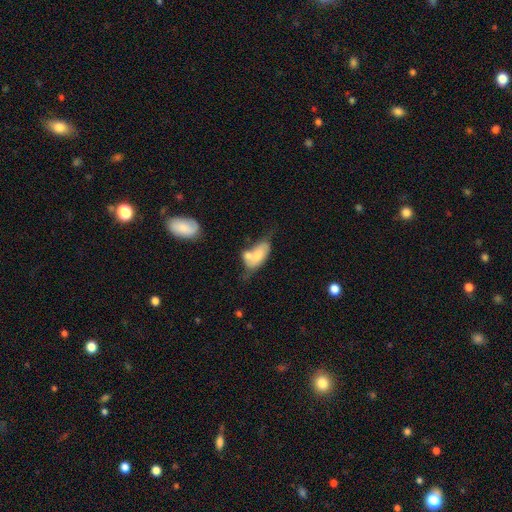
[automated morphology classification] Smooth or featured?
  - smooth: 65% *
  - featured or disk: 28%
  - star or artifact: 7%
How rounded?
  - in between: 89% *
  - cigar-shaped: 7%
  - round: 4%
Merging?
  - merger: 42% *
  - none: 27%
  - minor disturbance: 20%
  - major disturbance: 11%